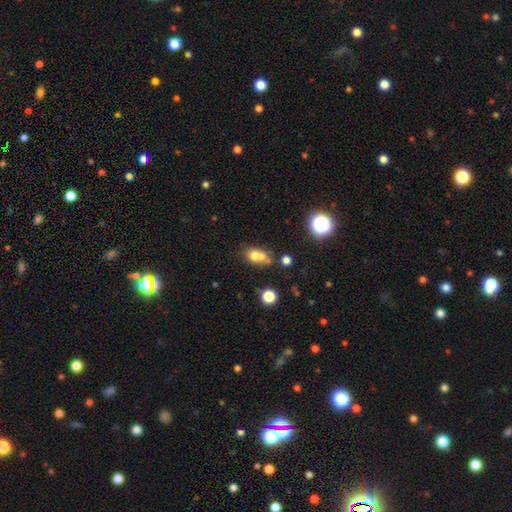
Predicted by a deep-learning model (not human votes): Overall: smooth (68%). How rounded: round (53%; in between 45%). Merging: merger (46%; none 36%).